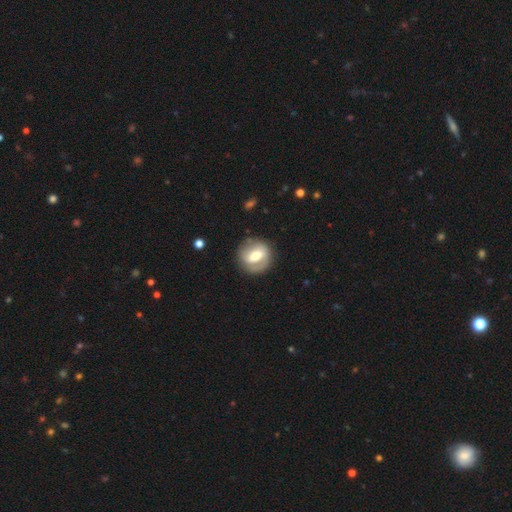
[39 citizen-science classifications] This appears to be a smooth galaxy with no disk features (56%) that is round (77%). Merging: none (57%).